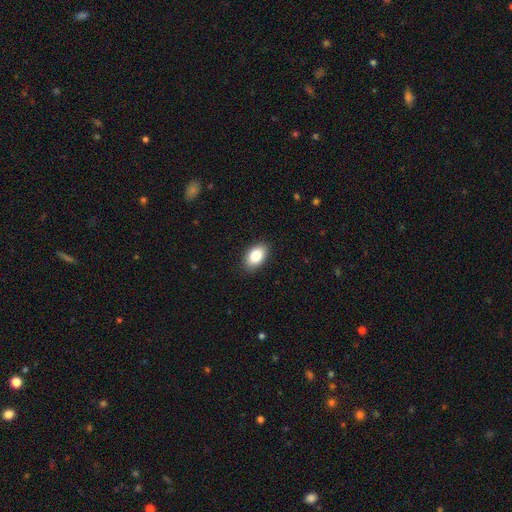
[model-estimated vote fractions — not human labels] smooth 85%, featured or disk 8%, star or artifact 7%. Down the decision tree: how rounded — in between (91%); merging — none (88%).